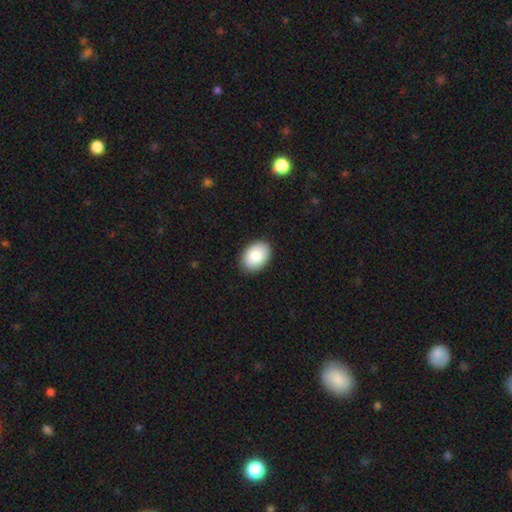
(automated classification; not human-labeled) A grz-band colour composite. It shows a smooth galaxy with no disk features (87%) that is in between round and cigar-shaped (83%). Merging: none (89%).